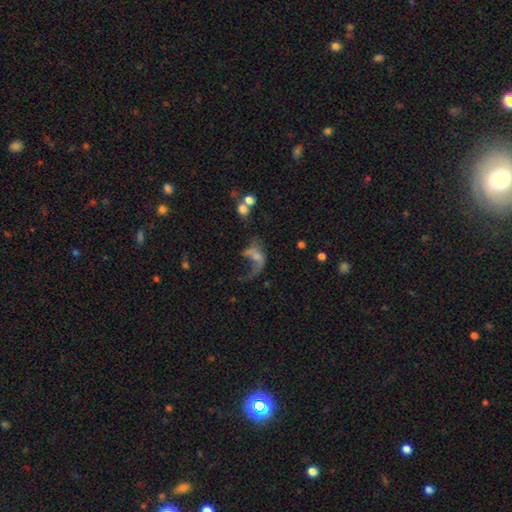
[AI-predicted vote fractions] featured or disk 51%, smooth 35%, star or artifact 13%. Down the decision tree: edge-on disk — no (96%); merging — major disturbance (57%).